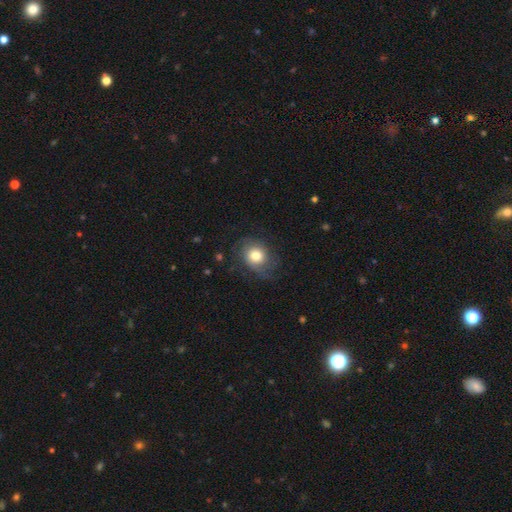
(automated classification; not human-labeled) Q: Smooth or featured?
A: smooth (52%); runner-up: featured or disk (40%)
Q: How rounded?
A: round (60%); runner-up: in between (39%)
Q: Merging?
A: none (64%); runner-up: minor disturbance (21%)